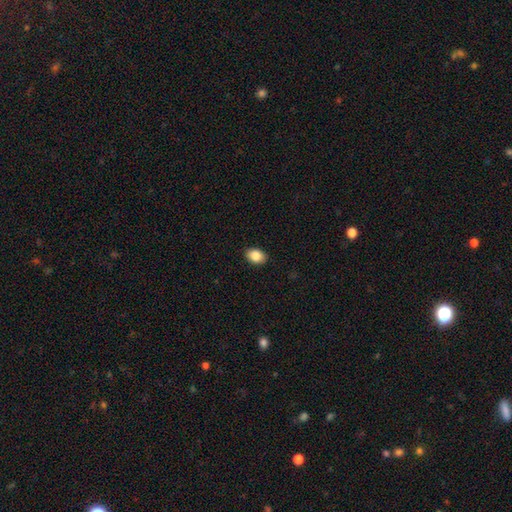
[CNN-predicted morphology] This appears to be a smooth galaxy with no disk features (85%) that is in between round and cigar-shaped (78%). Merging: none (90%).